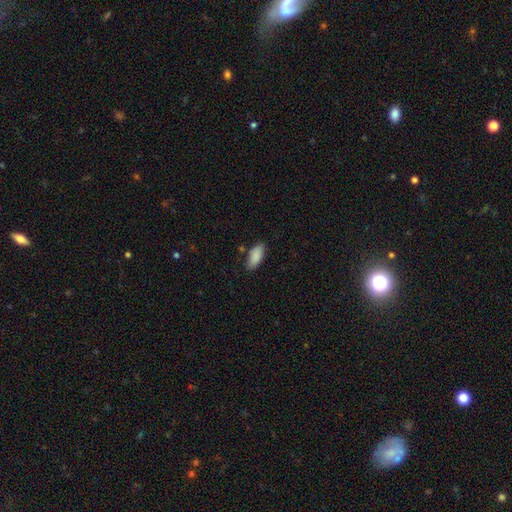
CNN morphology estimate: This is clearly a smooth galaxy (89%). How rounded: clearly in between (84%). Merging: clearly none (82%).